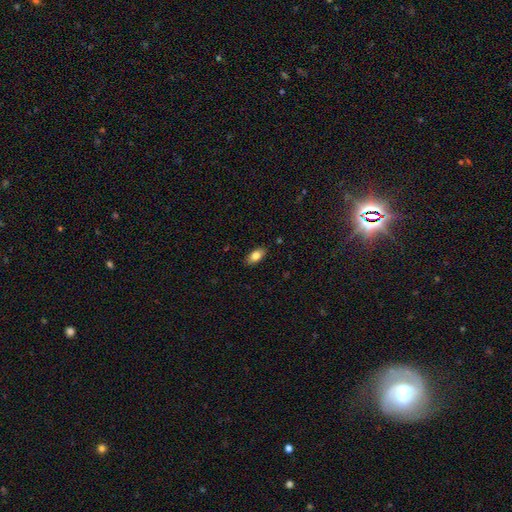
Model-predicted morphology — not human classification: A smooth galaxy with no disk features (81%) that is in between round and cigar-shaped (90%).

Vote fractions:
- Smooth or featured? smooth: 81% / featured or disk: 11% / star or artifact: 7%
- How rounded? in between: 90% / cigar-shaped: 5% / round: 4%
- Merging? none: 87% / minor disturbance: 10% / major disturbance: 2% / merger: 1%